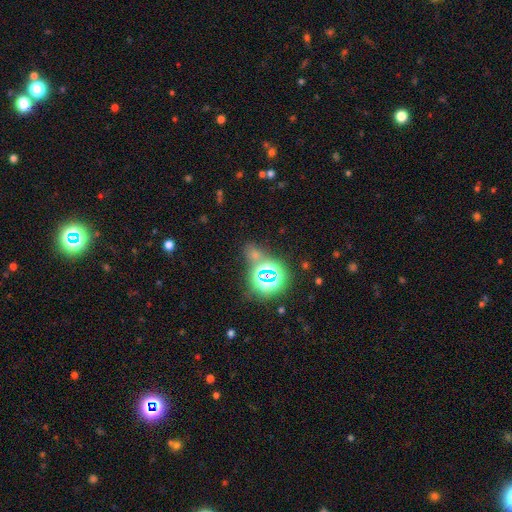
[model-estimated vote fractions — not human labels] smooth-or-featured: star or artifact: 63% | smooth: 29% | featured or disk: 8%